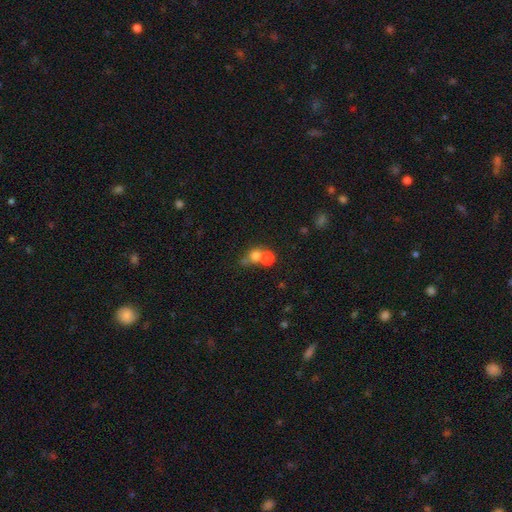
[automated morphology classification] Overall: smooth (73%). How rounded: round (79%). Merging: merger (54%; none 34%).